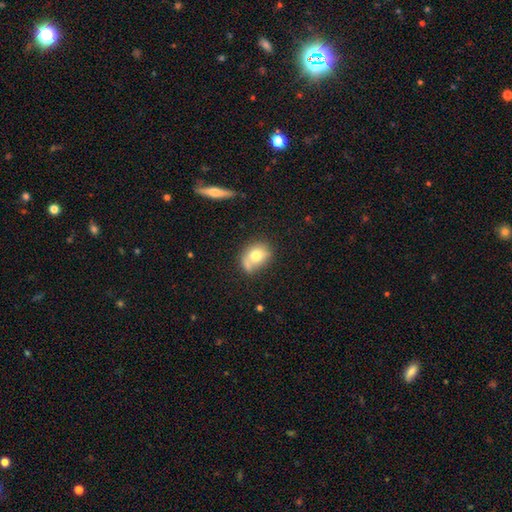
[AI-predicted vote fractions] smooth_or_featured: smooth (p=0.71) [alt: featured or disk p=0.20]
how_rounded: round (p=0.51) [alt: in between p=0.48]
merging: none (p=0.45) [alt: minor disturbance p=0.25]